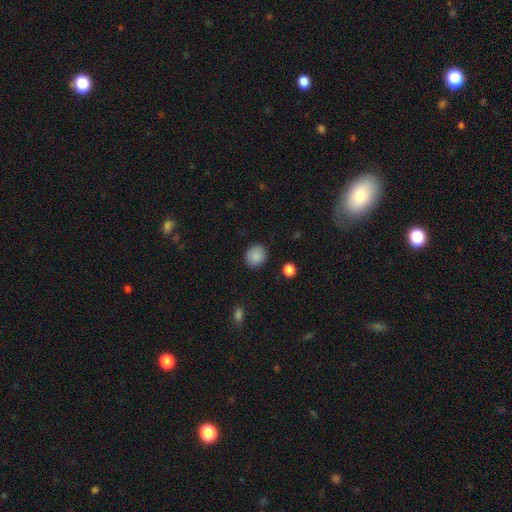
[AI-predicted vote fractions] The model was most divided on "how rounded": round: 81%, in between: 19%, cigar-shaped: 1%. More confident: smooth or featured — smooth (88%); merging — none (88%).